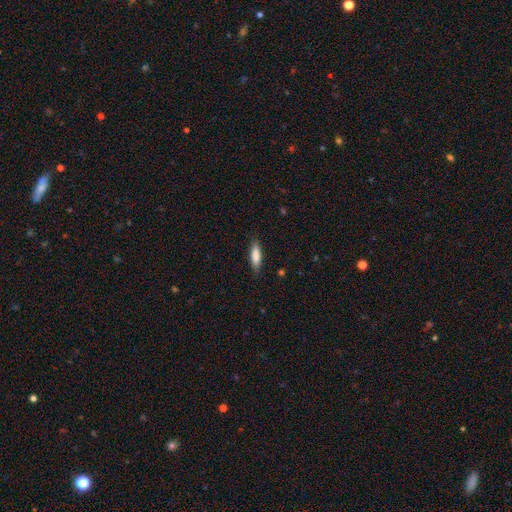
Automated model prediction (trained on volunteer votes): This appears to be a smooth galaxy with no disk features (81%) that is cigar-shaped (61%). Merging: none (85%).